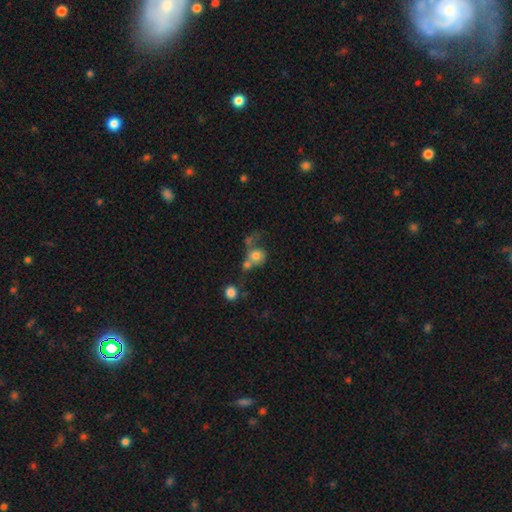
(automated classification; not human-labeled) Q: Smooth or featured?
A: smooth (69%); runner-up: featured or disk (20%)
Q: How rounded?
A: round (74%); runner-up: in between (25%)
Q: Merging?
A: merger (47%); runner-up: none (26%)